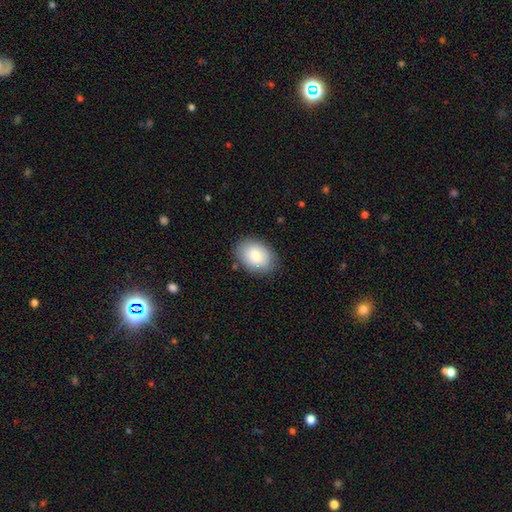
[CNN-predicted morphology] Smooth or featured: smooth — 82% (featured or disk — 11%)
How rounded: in between — 80% (round — 19%)
Merging: none — 83% (minor disturbance — 13%)